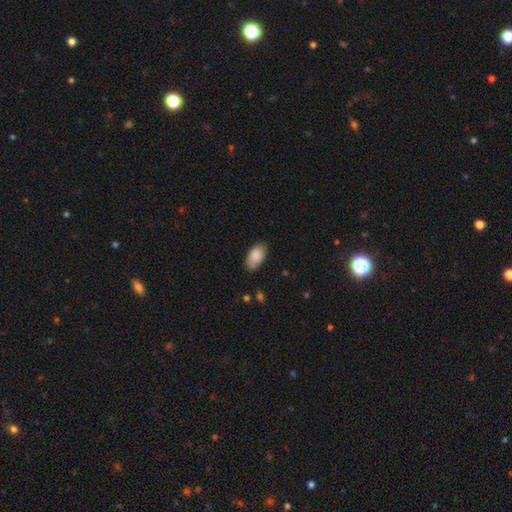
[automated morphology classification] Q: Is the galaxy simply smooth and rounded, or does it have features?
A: smooth — 86%.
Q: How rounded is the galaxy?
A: in between — 94%.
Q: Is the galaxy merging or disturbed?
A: none — 78%.